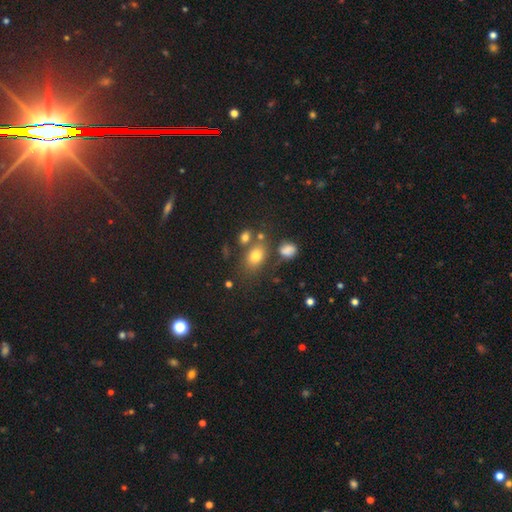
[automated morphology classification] A smooth galaxy with no disk features (74%) that is in between round and cigar-shaped (71%).

Vote fractions:
- Smooth or featured? smooth: 74% / star or artifact: 14% / featured or disk: 12%
- How rounded? in between: 71% / round: 27% / cigar-shaped: 2%
- Merging? none: 65% / merger: 15% / minor disturbance: 15% / major disturbance: 6%